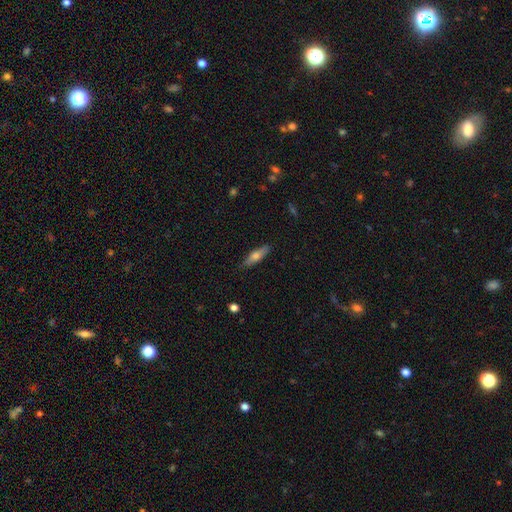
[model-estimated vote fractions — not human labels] Q: Smooth or featured?
A: smooth (60%); runner-up: featured or disk (34%)
Q: How rounded?
A: cigar-shaped (64%); runner-up: in between (34%)
Q: Merging?
A: none (84%); runner-up: minor disturbance (13%)